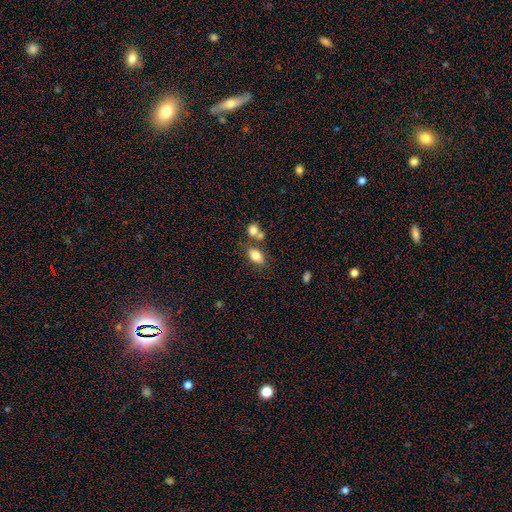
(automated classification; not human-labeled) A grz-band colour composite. It shows a smooth galaxy with no disk features (82%) that is in between round and cigar-shaped (86%). Merging: none (59%).